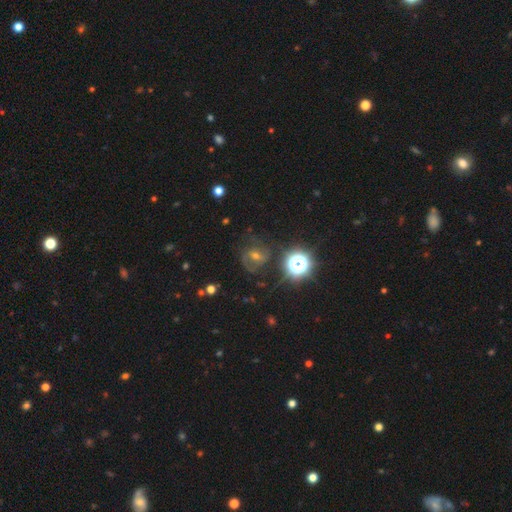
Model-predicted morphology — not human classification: This is possibly a featured or disk galaxy (52%). It is clearly not viewed edge-on (96%). Merging: likely none (70%).